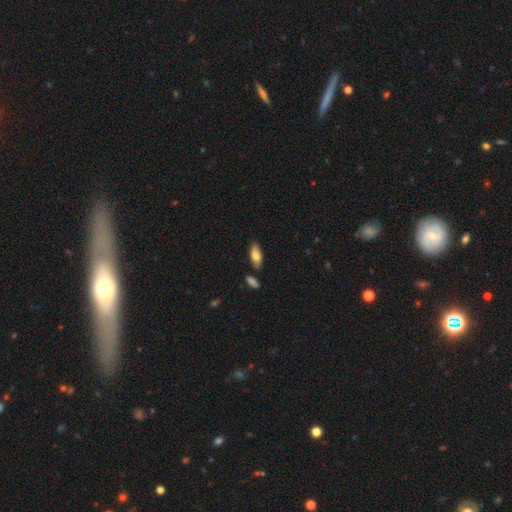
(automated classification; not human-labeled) Morphology: type=smooth (75%); roundness=in between (78%); merging=none (78%).